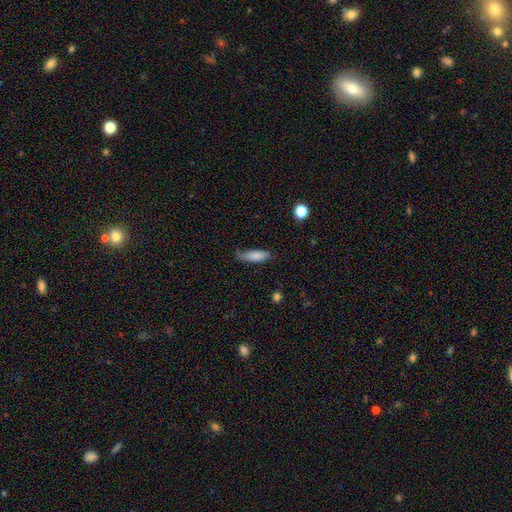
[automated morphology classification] smooth-or-featured: smooth: 82% | featured or disk: 11% | star or artifact: 7%
  how-rounded: in between: 54% | cigar-shaped: 44% | round: 2%
  merging: none: 64% | minor disturbance: 28% | major disturbance: 6% | merger: 2%